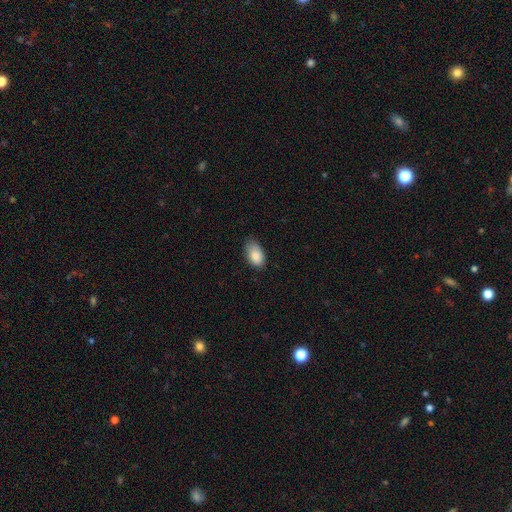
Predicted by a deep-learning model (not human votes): Overall: smooth (86%). How rounded: in between (92%). Merging: none (62%; minor disturbance 32%).